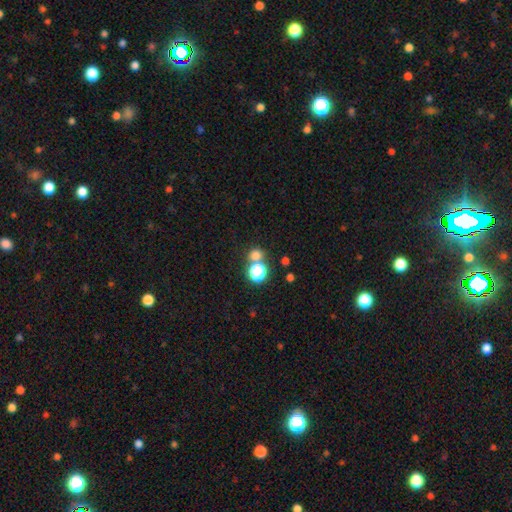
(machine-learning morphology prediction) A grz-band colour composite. It shows a smooth galaxy with no disk features (70%) that is round (80%). Merging: none (65%).